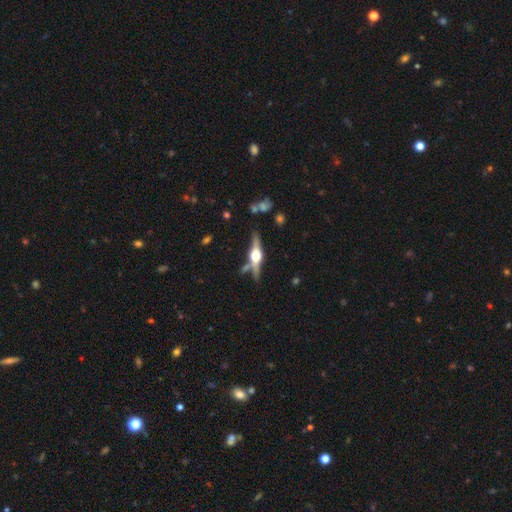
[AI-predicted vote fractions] smooth-or-featured: featured or disk: 78% | smooth: 16% | star or artifact: 6%
  disk-edge-on: yes: 97% | no: 3%
    edge-on-bulge: rounded: 96% | boxy: 3% | none: 1%
  merging: none: 77% | minor disturbance: 12% | merger: 8% | major disturbance: 3%